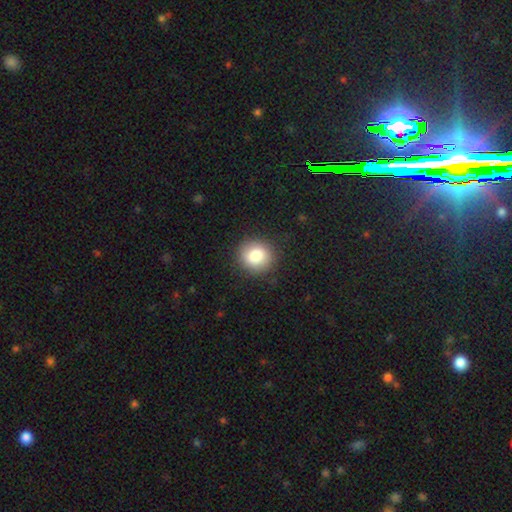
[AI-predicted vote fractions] A smooth galaxy with no disk features (84%) that is round (87%).

Vote fractions:
- Smooth or featured? smooth: 84% / star or artifact: 9% / featured or disk: 7%
- How rounded? round: 87% / in between: 12% / cigar-shaped: 1%
- Merging? none: 88% / minor disturbance: 8% / major disturbance: 3% / merger: 1%